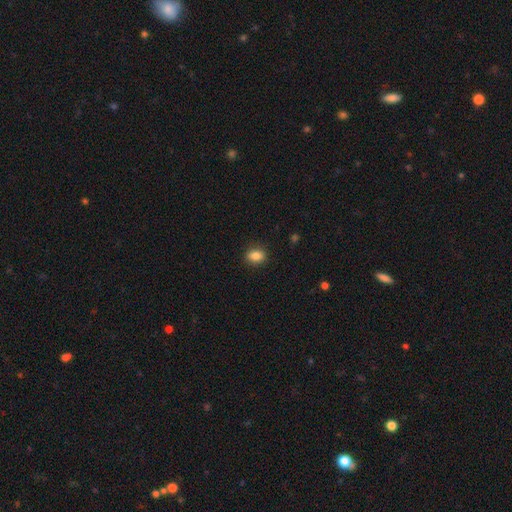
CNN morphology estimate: Q: Smooth or featured?
A: smooth (86%); runner-up: star or artifact (9%)
Q: How rounded?
A: in between (71%); runner-up: round (27%)
Q: Merging?
A: none (87%); runner-up: minor disturbance (9%)